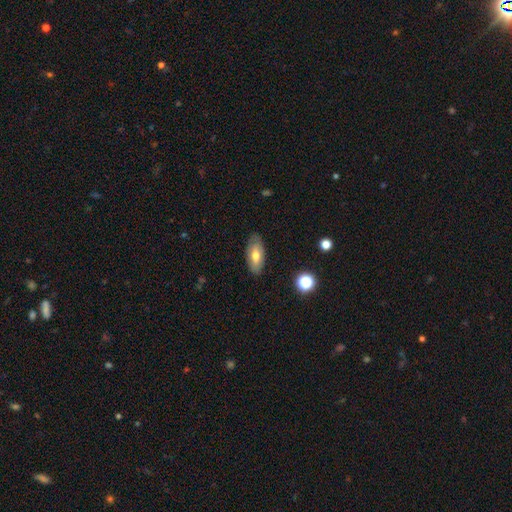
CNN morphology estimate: This appears to be a smooth galaxy with no disk features (64%) that is in between round and cigar-shaped (87%). Merging: none (82%).